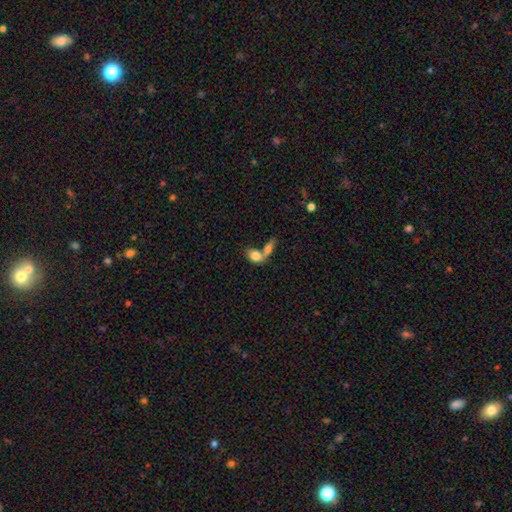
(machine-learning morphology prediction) Smooth or featured?
  - smooth: 77% *
  - featured or disk: 16%
  - star or artifact: 8%
How rounded?
  - in between: 76% *
  - round: 20%
  - cigar-shaped: 4%
Merging?
  - merger: 66% *
  - none: 21%
  - minor disturbance: 7%
  - major disturbance: 6%